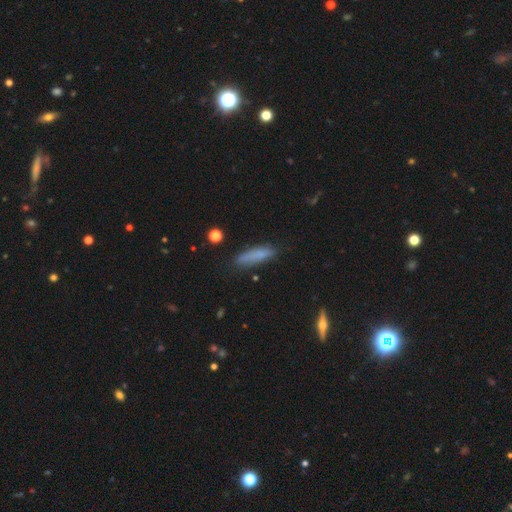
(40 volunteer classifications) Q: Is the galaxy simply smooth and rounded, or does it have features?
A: smooth — 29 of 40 (72%).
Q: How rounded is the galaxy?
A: cigar-shaped — 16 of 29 (55%).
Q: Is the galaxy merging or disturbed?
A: none — 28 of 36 (78%).